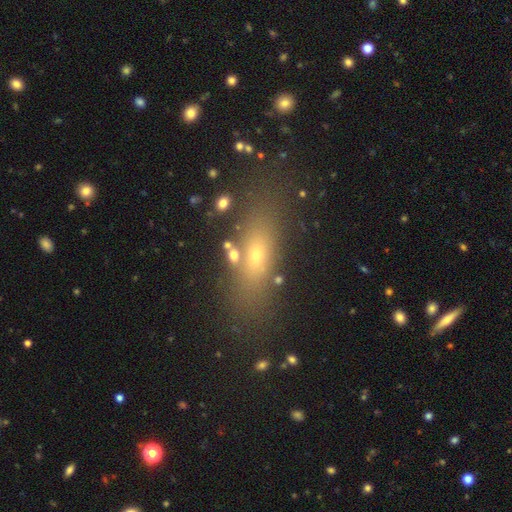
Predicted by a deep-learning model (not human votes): smooth 65%, featured or disk 20%, star or artifact 15%. Down the decision tree: how rounded — in between (58%); merging — none (75%).